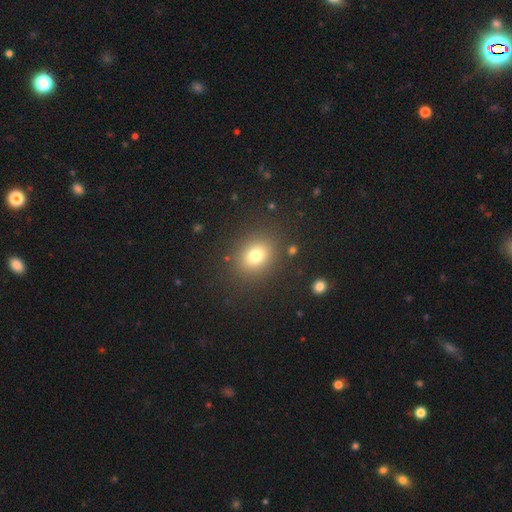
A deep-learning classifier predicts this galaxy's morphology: smooth-or-featured: smooth: 76% | star or artifact: 15% | featured or disk: 9%
  how-rounded: round: 61% | in between: 38% | cigar-shaped: 1%
  merging: none: 86% | minor disturbance: 8% | major disturbance: 4% | merger: 2%